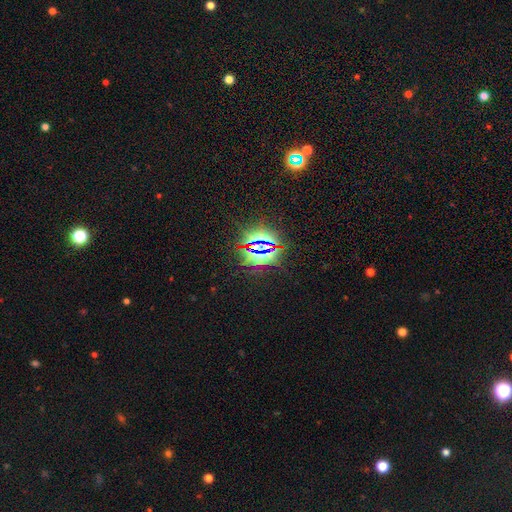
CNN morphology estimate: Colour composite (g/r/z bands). It shows a star or artifact, not a galaxy (82%).